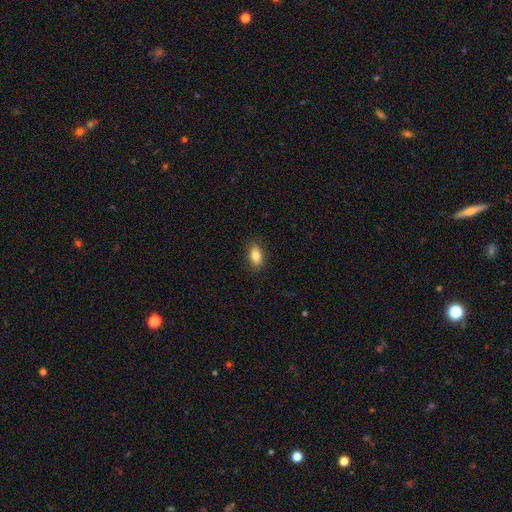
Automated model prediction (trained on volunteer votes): Smooth or featured?
  - smooth: 85% *
  - star or artifact: 8%
  - featured or disk: 7%
How rounded?
  - in between: 89% *
  - round: 8%
  - cigar-shaped: 3%
Merging?
  - none: 87% *
  - minor disturbance: 9%
  - major disturbance: 2%
  - merger: 1%